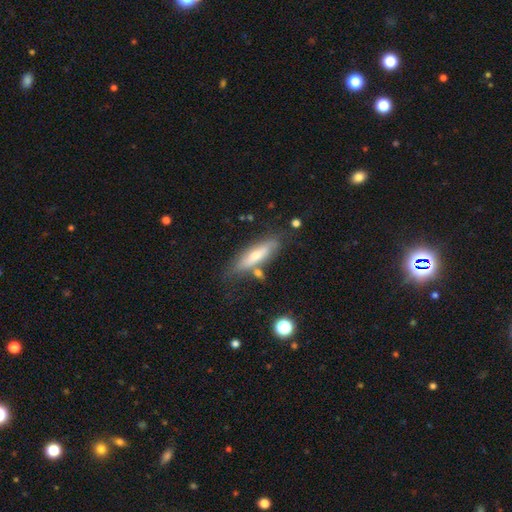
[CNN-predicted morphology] smooth-or-featured: featured or disk: 47% | smooth: 46% | star or artifact: 7%
  merging: none: 70% | minor disturbance: 18% | merger: 7% | major disturbance: 5%